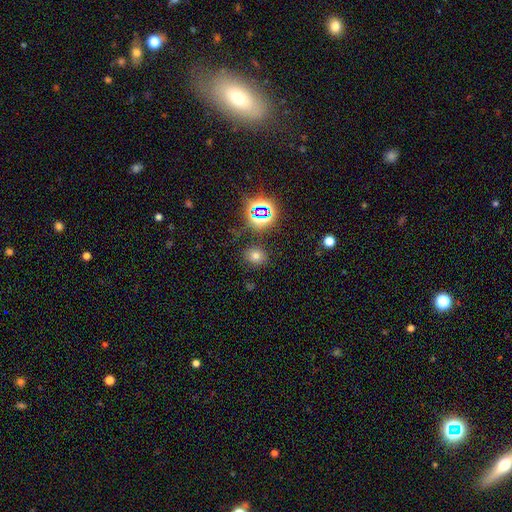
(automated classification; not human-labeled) Q: Smooth or featured?
A: smooth (66%); runner-up: star or artifact (25%)
Q: How rounded?
A: round (64%); runner-up: in between (35%)
Q: Merging?
A: none (83%); runner-up: minor disturbance (10%)